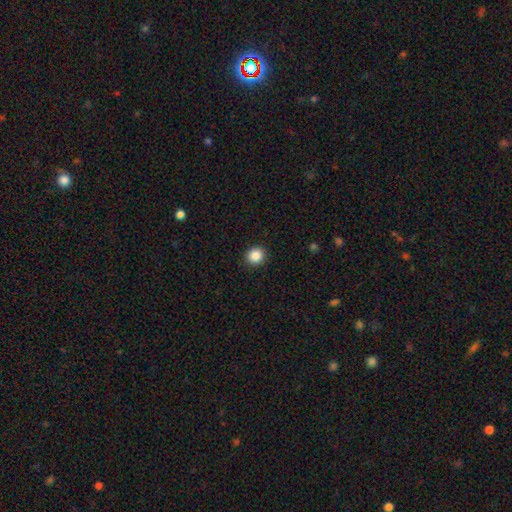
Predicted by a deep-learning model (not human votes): Smooth or featured?
  - smooth: 86% *
  - star or artifact: 10%
  - featured or disk: 4%
How rounded?
  - round: 90% *
  - in between: 9%
  - cigar-shaped: 1%
Merging?
  - none: 92% *
  - minor disturbance: 5%
  - major disturbance: 2%
  - merger: 1%